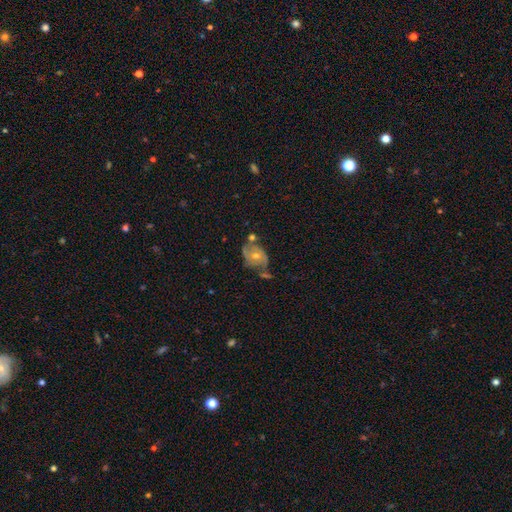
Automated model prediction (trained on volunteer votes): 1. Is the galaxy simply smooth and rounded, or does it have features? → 75% featured or disk, 15% smooth, 10% star or artifact.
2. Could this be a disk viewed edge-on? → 97% no, 3% yes.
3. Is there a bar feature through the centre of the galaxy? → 70% no, 24% weak, 6% strong.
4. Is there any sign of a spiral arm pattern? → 89% yes, 11% no.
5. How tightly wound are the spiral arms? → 45% medium, 39% tight, 16% loose.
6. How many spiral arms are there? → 66% 2, 16% can't tell, 9% 3, 4% 1, 3% 4, 3% more than 4.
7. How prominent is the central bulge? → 58% moderate, 37% small, 2% large, 1% none, 1% dominant.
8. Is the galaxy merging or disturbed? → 55% none, 22% minor disturbance, 12% merger, 11% major disturbance.